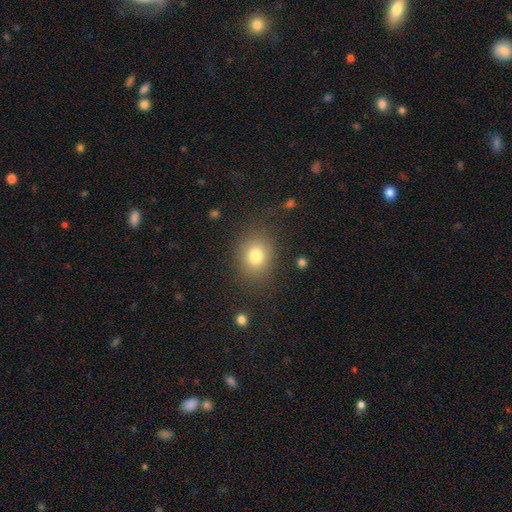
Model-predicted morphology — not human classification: type=smooth (78%); roundness=round (58%); merging=none (79%).